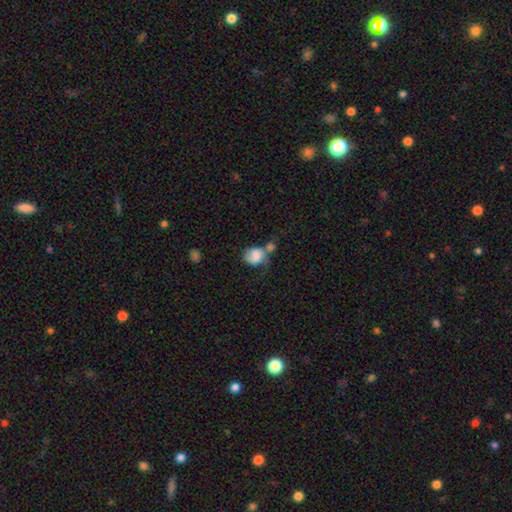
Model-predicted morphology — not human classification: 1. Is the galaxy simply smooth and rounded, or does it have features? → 75% smooth, 16% featured or disk, 8% star or artifact.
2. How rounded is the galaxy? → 58% round, 41% in between, 1% cigar-shaped.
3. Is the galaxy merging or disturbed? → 43% merger, 23% none, 18% minor disturbance, 16% major disturbance.